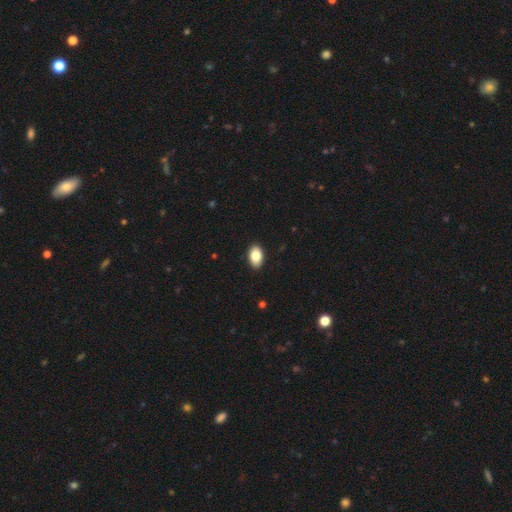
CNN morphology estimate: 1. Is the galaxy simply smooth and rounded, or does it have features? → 85% smooth, 8% featured or disk, 7% star or artifact.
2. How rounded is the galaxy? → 92% in between, 7% round, 1% cigar-shaped.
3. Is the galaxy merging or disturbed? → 90% none, 7% minor disturbance, 2% major disturbance, 1% merger.